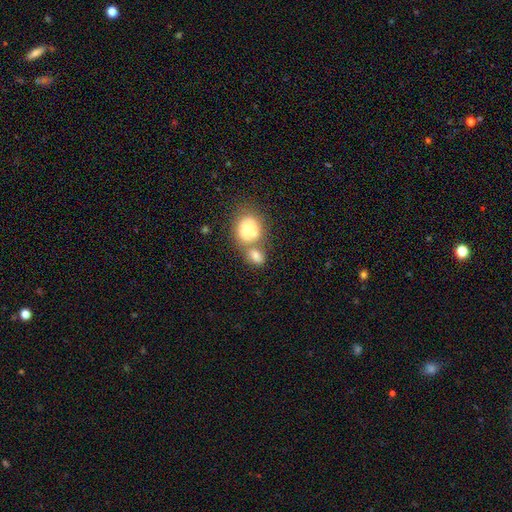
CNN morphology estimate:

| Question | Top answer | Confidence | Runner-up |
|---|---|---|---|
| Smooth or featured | smooth | 73% | featured or disk (17%) |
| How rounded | in between | 53% | round (45%) |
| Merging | merger | 48% | none (36%) |